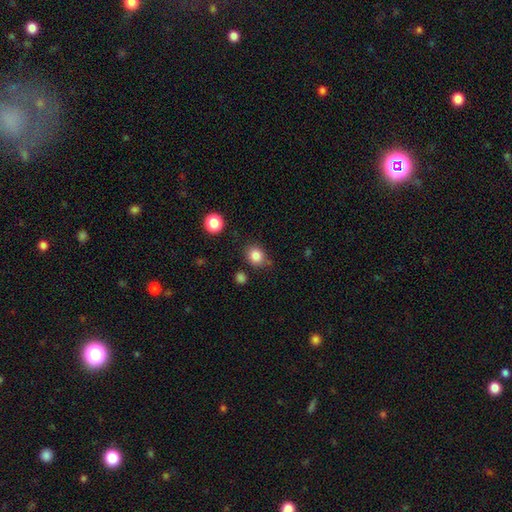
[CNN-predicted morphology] smooth 84%, star or artifact 11%, featured or disk 5%. Down the decision tree: how rounded — round (70%); merging — none (77%).